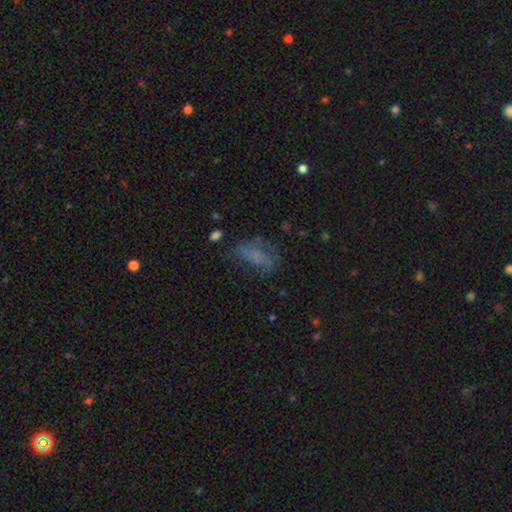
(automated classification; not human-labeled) This appears to be a smooth galaxy with no disk features (48%). Merging: none (47%).